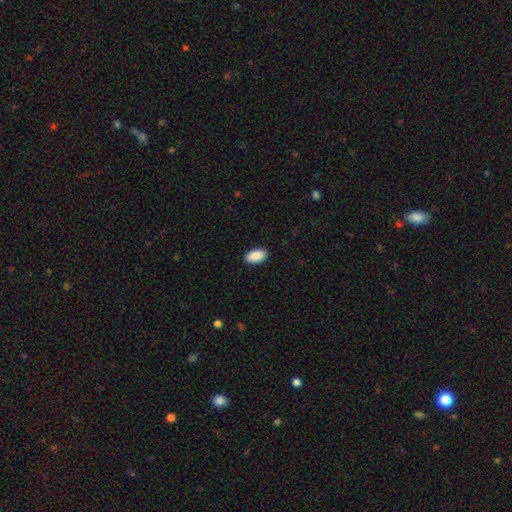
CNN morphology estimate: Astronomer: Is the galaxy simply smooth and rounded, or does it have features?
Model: smooth — 91%.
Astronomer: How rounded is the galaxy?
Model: in between — 95%.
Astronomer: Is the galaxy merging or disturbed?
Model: none — 90%.